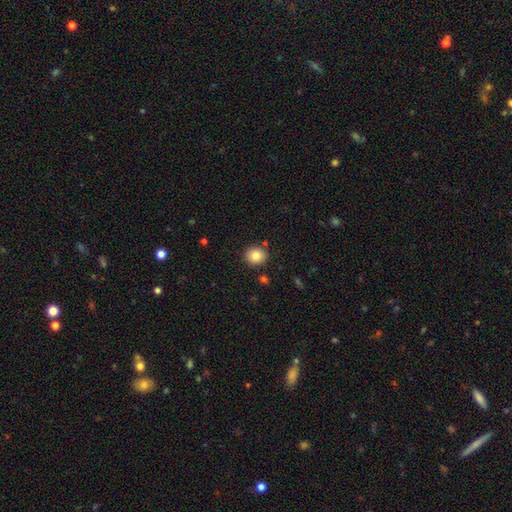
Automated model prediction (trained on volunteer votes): A smooth galaxy with no disk features (83%) that is round (78%).

Vote fractions:
- Smooth or featured? smooth: 83% / star or artifact: 10% / featured or disk: 8%
- How rounded? round: 78% / in between: 21% / cigar-shaped: 1%
- Merging? none: 88% / minor disturbance: 7% / merger: 3% / major disturbance: 2%